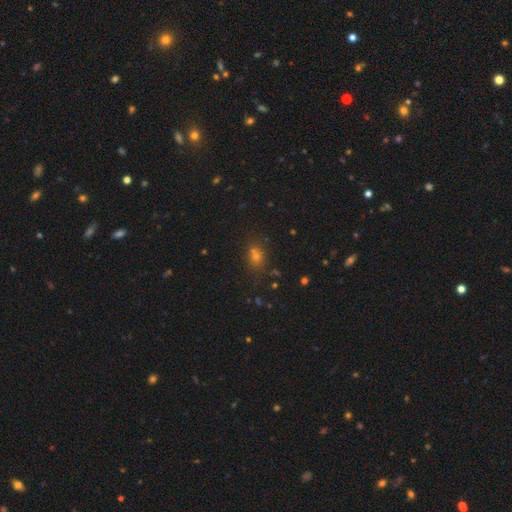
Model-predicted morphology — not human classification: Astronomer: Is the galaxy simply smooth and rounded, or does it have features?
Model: smooth — 60%.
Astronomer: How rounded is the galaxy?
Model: round — 52% (runner-up: in between, 46%).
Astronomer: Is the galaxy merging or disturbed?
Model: none — 69%.